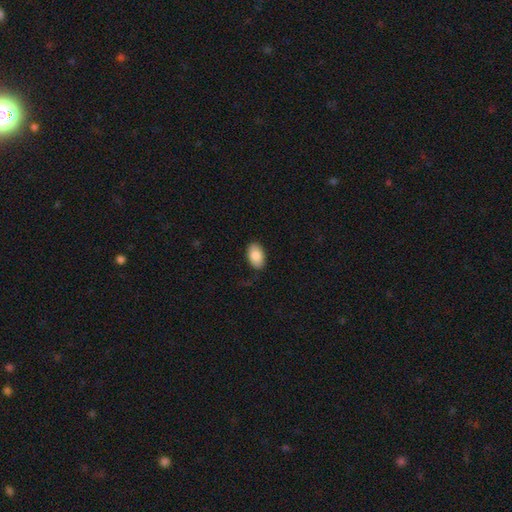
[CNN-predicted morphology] smooth-or-featured: smooth: 87% | featured or disk: 7% | star or artifact: 7%
  how-rounded: in between: 92% | round: 7% | cigar-shaped: 1%
  merging: none: 84% | minor disturbance: 12% | major disturbance: 3% | merger: 1%